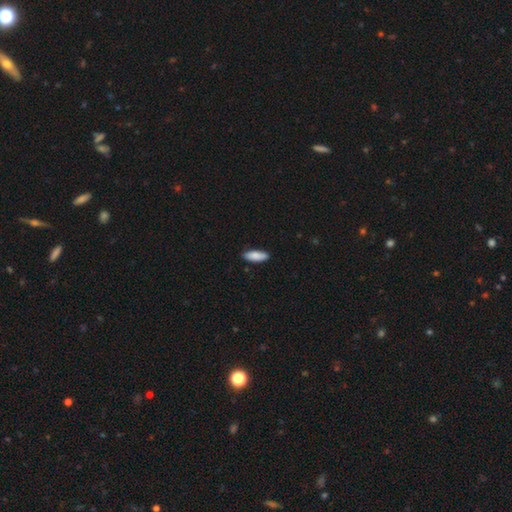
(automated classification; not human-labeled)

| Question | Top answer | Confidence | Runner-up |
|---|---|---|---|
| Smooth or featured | smooth | 87% | featured or disk (7%) |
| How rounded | in between | 68% | cigar-shaped (30%) |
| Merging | none | 88% | minor disturbance (9%) |